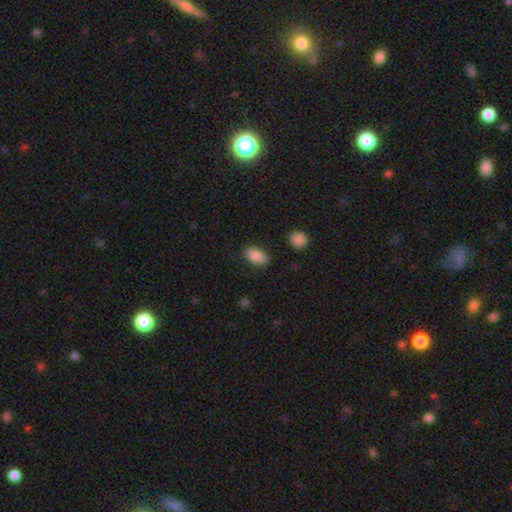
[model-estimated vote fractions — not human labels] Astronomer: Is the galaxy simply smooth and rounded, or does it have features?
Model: smooth — 84%.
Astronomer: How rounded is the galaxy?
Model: in between — 90%.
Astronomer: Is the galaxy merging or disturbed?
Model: none — 83%.